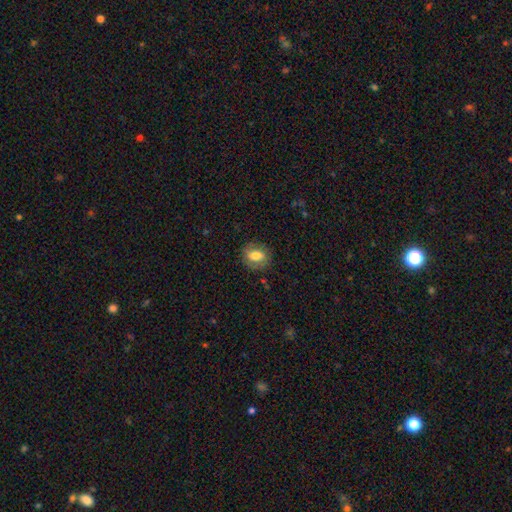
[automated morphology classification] Smooth or featured? smooth (71%)
How rounded? in between (51%)
Merging? none (82%)